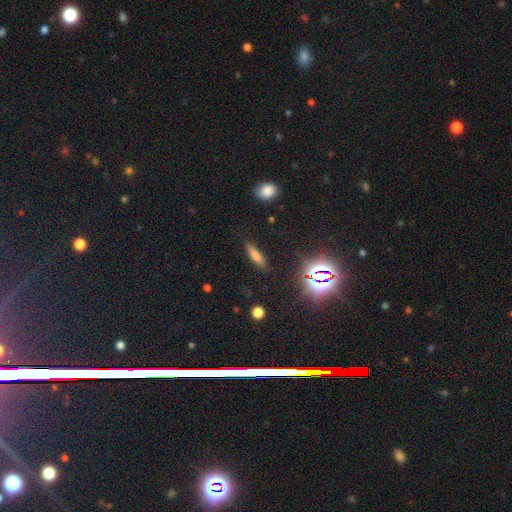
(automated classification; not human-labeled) This appears to be a smooth galaxy with no disk features (62%) that is cigar-shaped (71%). Merging: none (86%).